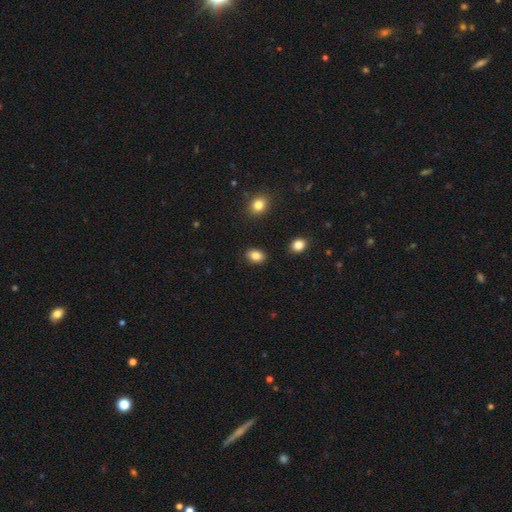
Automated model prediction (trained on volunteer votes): Smooth or featured: smooth — 85% (star or artifact — 9%)
How rounded: in between — 79% (round — 20%)
Merging: none — 88% (minor disturbance — 8%)